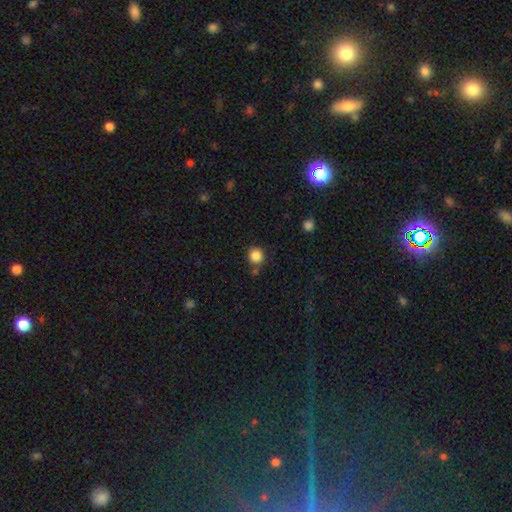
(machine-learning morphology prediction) Smooth or featured? Predicted: smooth (p=0.86). How rounded? Predicted: round (p=0.92). Merging? Predicted: none (p=0.80).